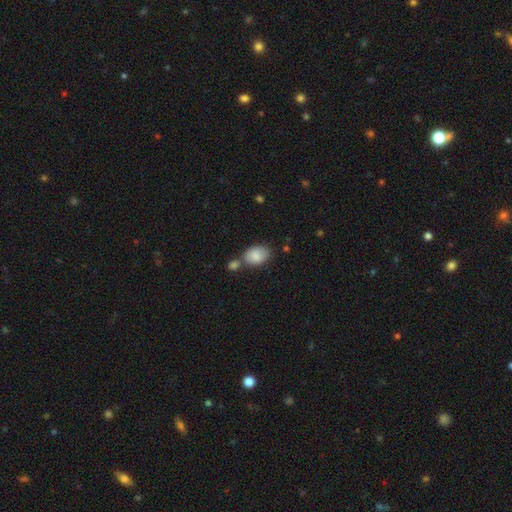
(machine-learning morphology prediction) Overall: smooth (85%). How rounded: in between (84%). Merging: none (52%; merger 26%).